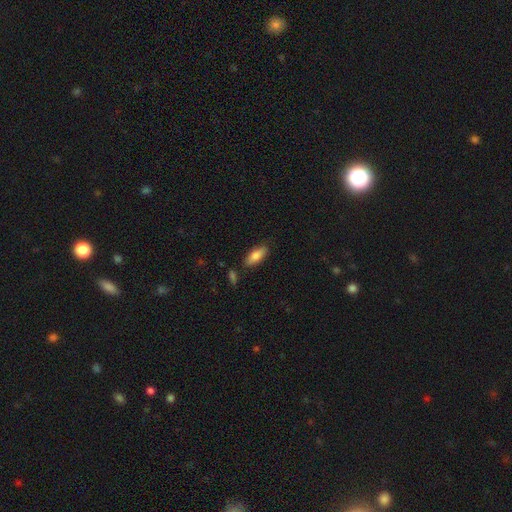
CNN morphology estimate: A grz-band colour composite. It shows a smooth galaxy with no disk features (80%) that is in between round and cigar-shaped (72%). Merging: none (83%).